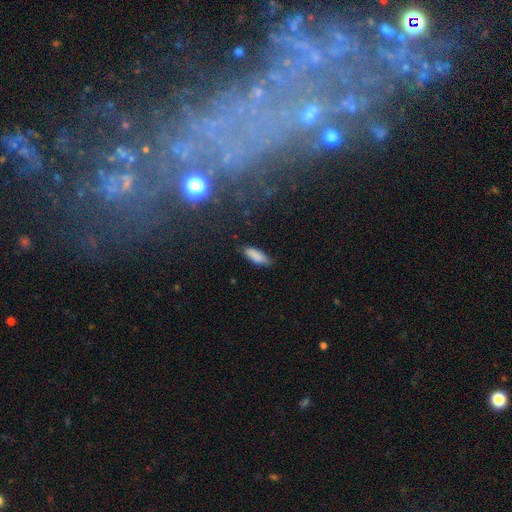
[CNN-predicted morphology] This appears to be a smooth galaxy with no disk features (87%) that is in between round and cigar-shaped (63%). Merging: none (82%).